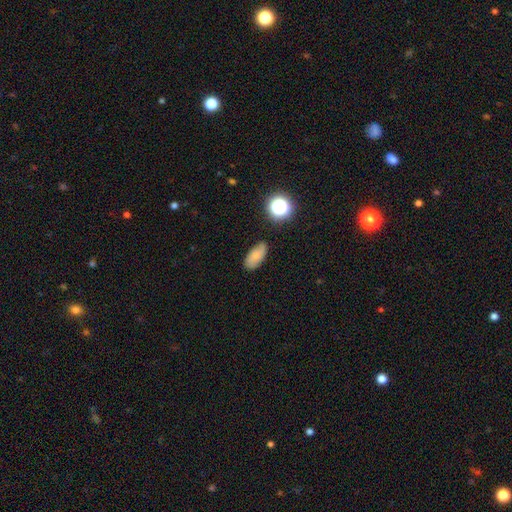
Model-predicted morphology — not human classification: This is likely a smooth galaxy (73%). How rounded: clearly in between (89%). Merging: likely none (71%).